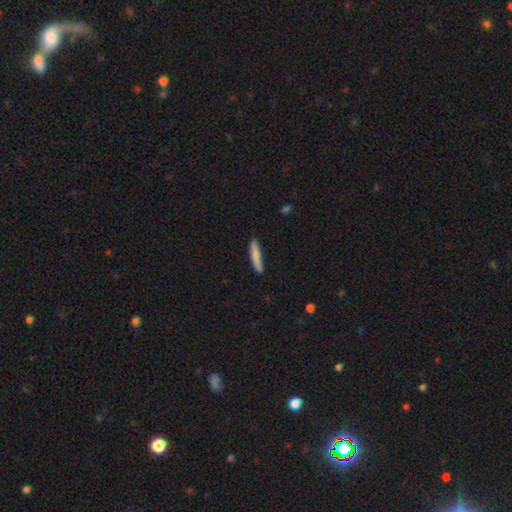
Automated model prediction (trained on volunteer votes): Overall: smooth (79%). How rounded: cigar-shaped (91%). Merging: none (79%).